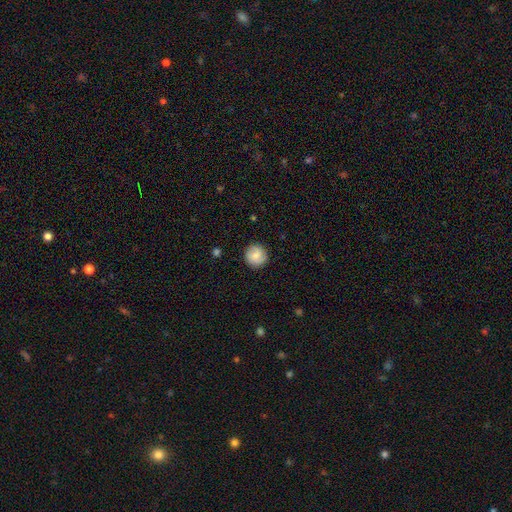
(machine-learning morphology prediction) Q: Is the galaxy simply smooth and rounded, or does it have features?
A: smooth — 78%.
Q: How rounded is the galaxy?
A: round — 94%.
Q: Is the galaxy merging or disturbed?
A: none — 88%.